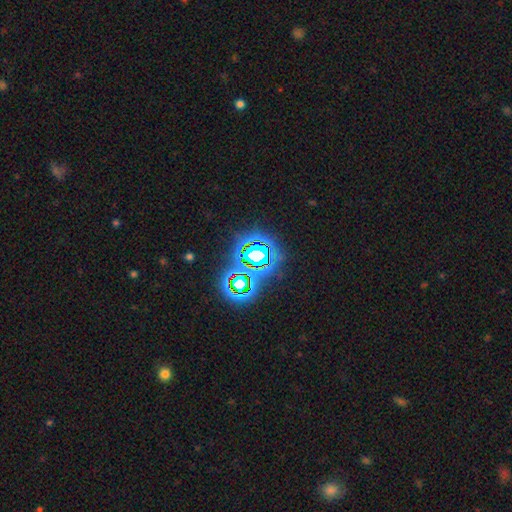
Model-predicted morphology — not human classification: smooth_or_featured: star or artifact (p=0.77) [alt: smooth p=0.13]